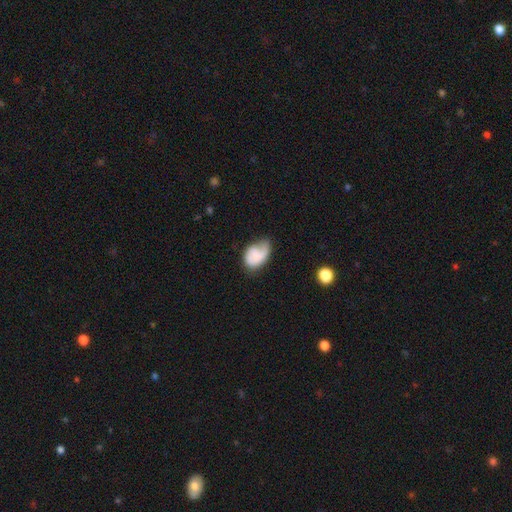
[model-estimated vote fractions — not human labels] Overall: smooth (55%; featured or disk 38%). How rounded: in between (83%). Merging: none (39%; minor disturbance 35%).